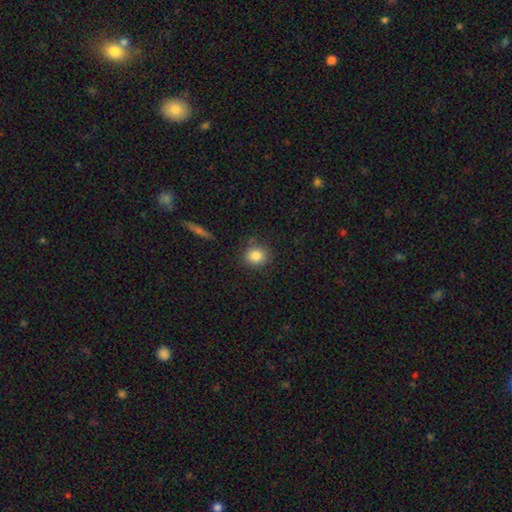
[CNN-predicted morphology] Smooth or featured? Predicted: smooth (p=0.85). How rounded? Predicted: round (p=0.79). Merging? Predicted: none (p=0.84).